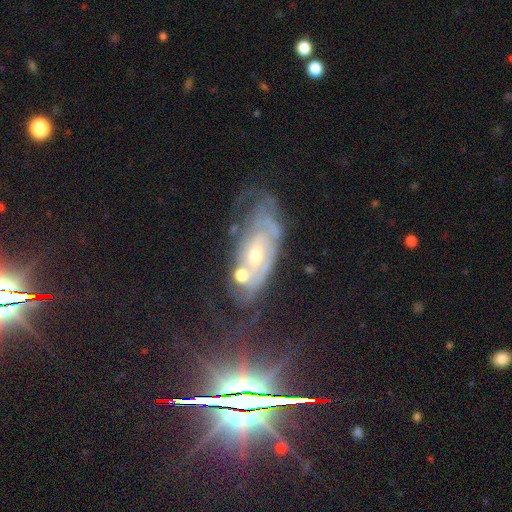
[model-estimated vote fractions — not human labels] This is likely a featured or disk galaxy (71%). It is clearly not viewed edge-on (88%). Bar: likely no (71%). Spiral arm pattern: likely yes (74%). Central bulge: possibly moderate (51%). Merging: possibly none (47%).